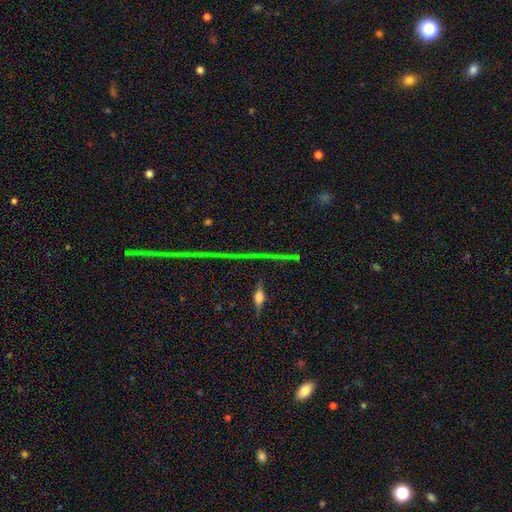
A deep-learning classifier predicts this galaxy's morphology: Overall: star or artifact (55%; featured or disk 30%).